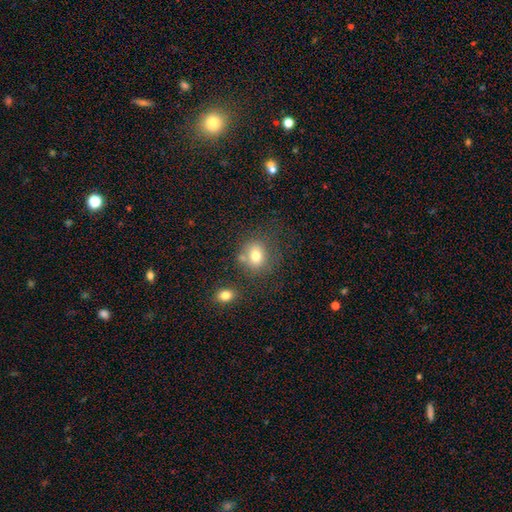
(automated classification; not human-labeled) Overall: smooth (75%). How rounded: round (69%; in between 31%). Merging: none (58%).